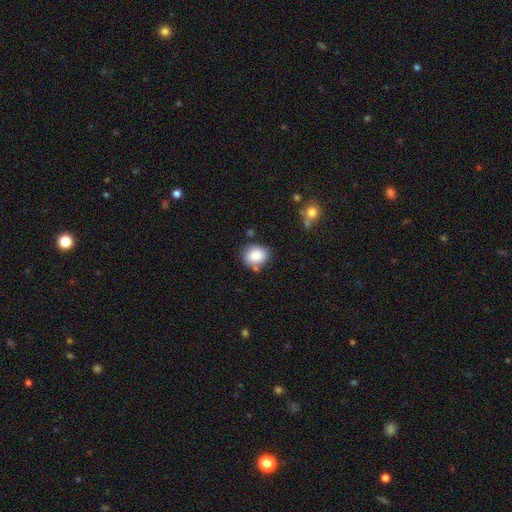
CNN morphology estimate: type=smooth (85%); roundness=round (63%); merging=none (69%).